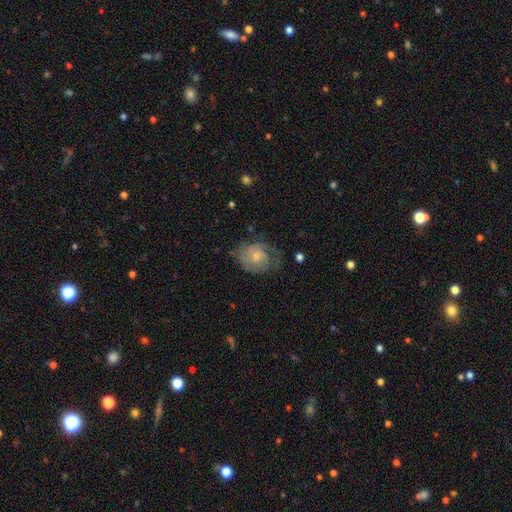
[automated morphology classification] Overall: featured or disk (53%; smooth 40%). Edge-on disk: no (97%). Bar: no (72%). Spiral arms: yes (76%). Bulge size: small (49%; moderate 35%). Merging: none (49%; minor disturbance 28%).